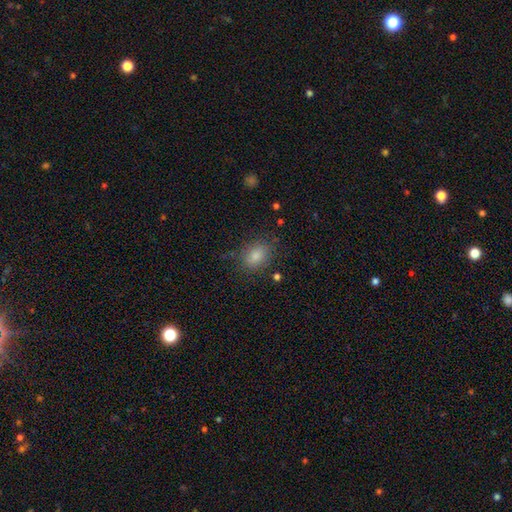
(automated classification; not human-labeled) The model was most divided on "how rounded": in between: 69%, round: 29%, cigar-shaped: 2%. More confident: merging — none (82%); smooth or featured — smooth (79%).